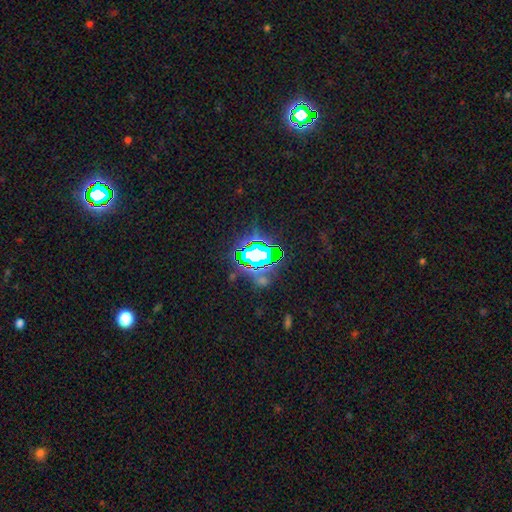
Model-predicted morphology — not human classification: type=star or artifact (74%).